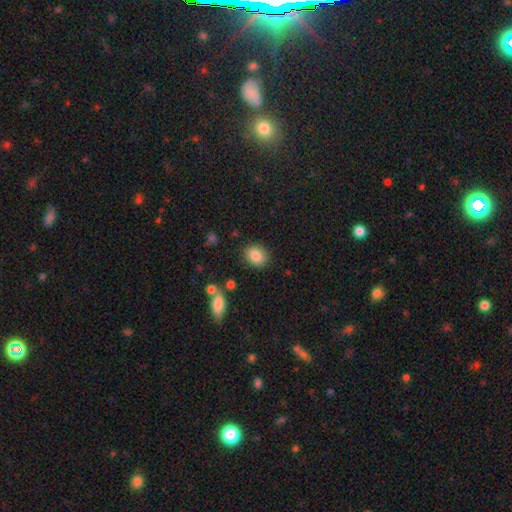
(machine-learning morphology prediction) A smooth galaxy with no disk features (85%) that is round (53%). Merging: none (84%).